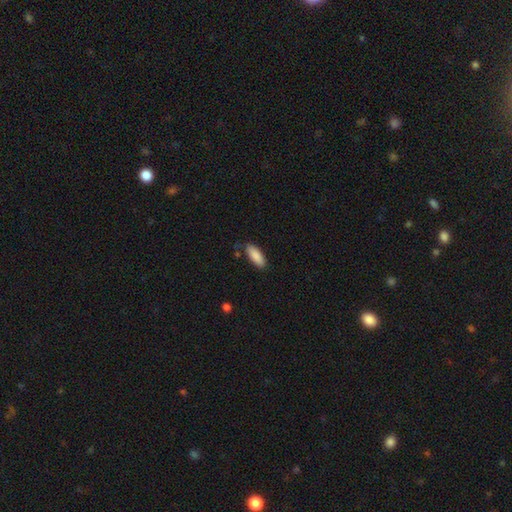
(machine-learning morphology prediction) Overall: smooth (88%). How rounded: in between (73%). Merging: none (80%).